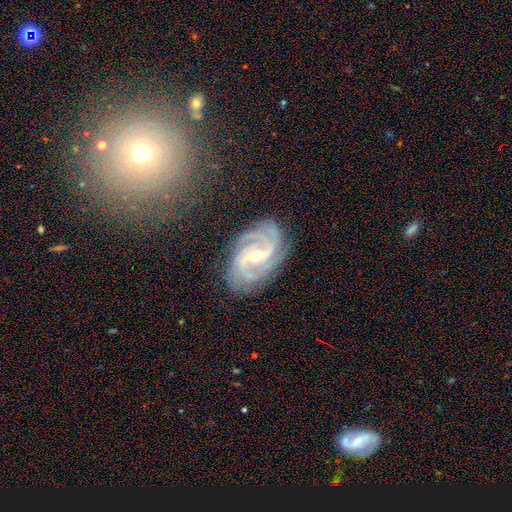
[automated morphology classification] A featured or disk galaxy (91%) with a weak bar (45%), 3 (30%) tight (48%) spiral arms (98%) and a small central bulge (53%).

Vote fractions:
- Smooth or featured? featured or disk: 91% / star or artifact: 5% / smooth: 4%
- Edge-on disk? no: 97% / yes: 3%
- Bar? weak: 45% / strong: 35% / no: 20%
- Spiral arms? yes: 98% / no: 2%
- Spiral winding? tight: 48% / medium: 41% / loose: 11%
- Spiral arm count? 3: 30% / 2: 24% / 4: 19% / can't tell: 13% / more than 4: 7% / 1: 7%
- Bulge size? small: 53% / moderate: 44% / large: 1% / none: 1% / dominant: 1%
- Merging? none: 79% / minor disturbance: 14% / major disturbance: 5% / merger: 2%